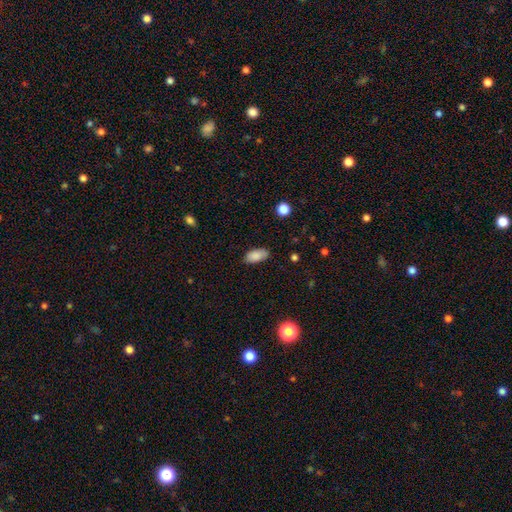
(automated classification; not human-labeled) Smooth or featured? Predicted: smooth (p=0.86). How rounded? Predicted: in between (p=0.93). Merging? Predicted: none (p=0.80).